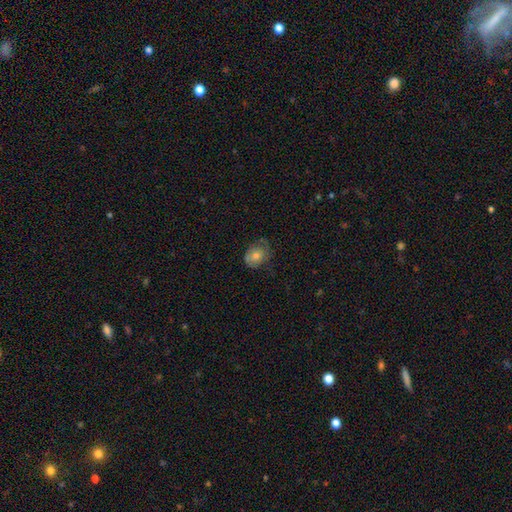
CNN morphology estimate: smooth_or_featured: smooth (p=0.48) [alt: featured or disk p=0.41]
merging: none (p=0.67) [alt: minor disturbance p=0.23]